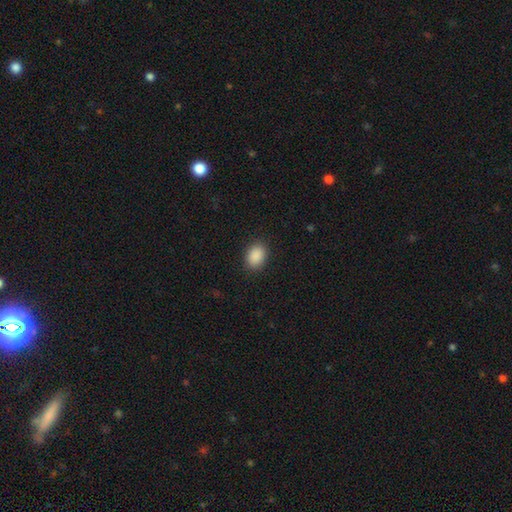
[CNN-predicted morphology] This is clearly a smooth galaxy (90%). How rounded: likely in between (73%). Merging: clearly none (89%).